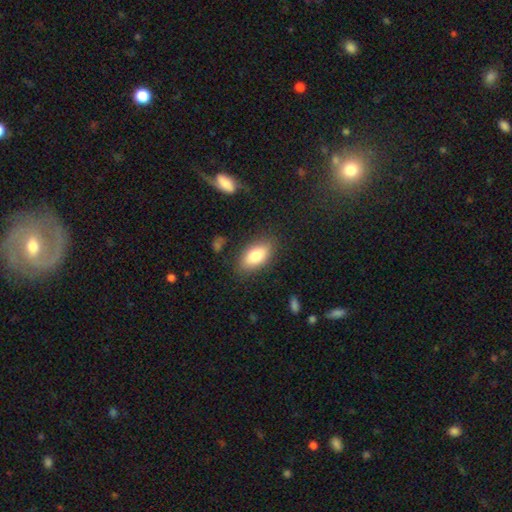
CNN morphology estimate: smooth 81%, featured or disk 12%, star or artifact 7%. Down the decision tree: how rounded — in between (91%); merging — none (83%).